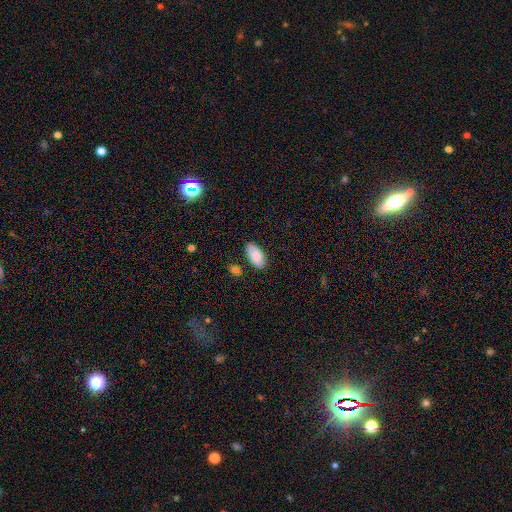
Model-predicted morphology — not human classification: Smooth or featured? smooth (87%)
How rounded? in between (93%)
Merging? none (82%)